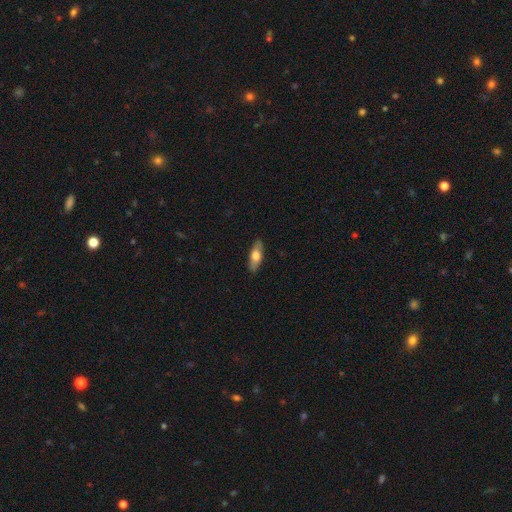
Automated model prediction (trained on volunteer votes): The model was most divided on "smooth or featured": smooth: 62%, featured or disk: 32%, star or artifact: 5%. More confident: merging — none (88%); how rounded — in between (65%).